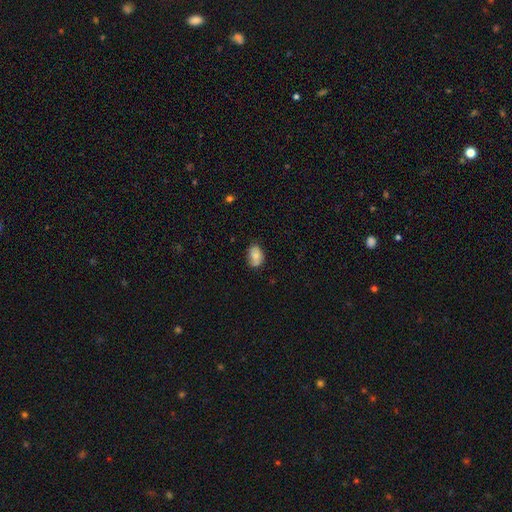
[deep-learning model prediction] smooth 75%, featured or disk 16%, star or artifact 8%. Down the decision tree: how rounded — in between (81%); merging — none (64%).